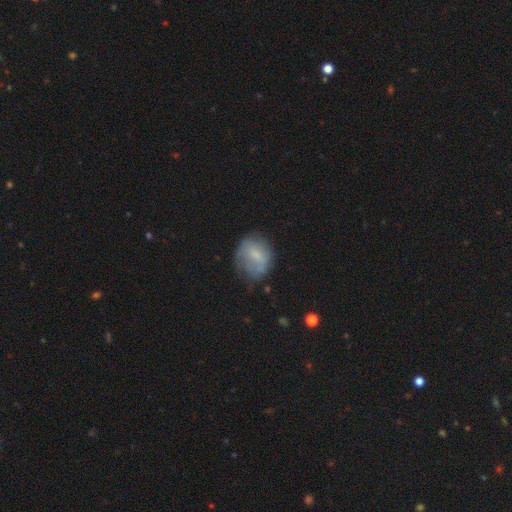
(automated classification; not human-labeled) Q: Smooth or featured?
A: smooth (62%); runner-up: featured or disk (30%)
Q: How rounded?
A: round (52%); runner-up: in between (46%)
Q: Merging?
A: none (53%); runner-up: minor disturbance (30%)